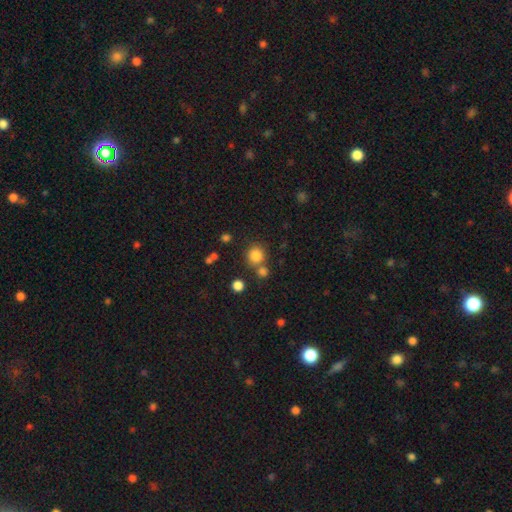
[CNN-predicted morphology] Smooth or featured? Predicted: smooth (p=0.82). How rounded? Predicted: round (p=0.89). Merging? Predicted: none (p=0.68).